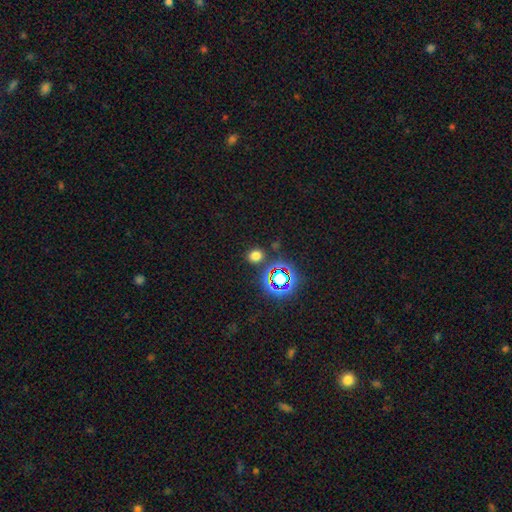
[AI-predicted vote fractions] Overall: smooth (67%). How rounded: round (74%). Merging: none (83%).